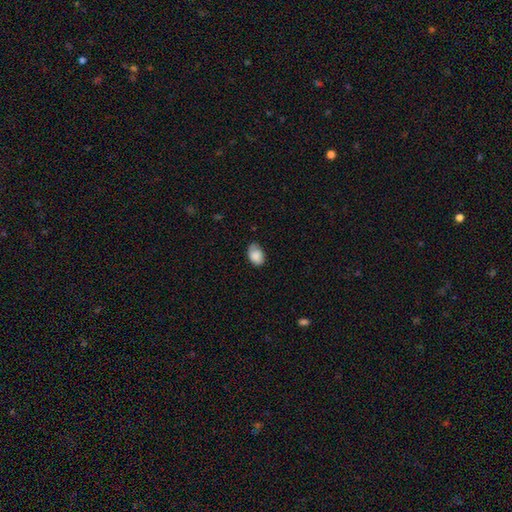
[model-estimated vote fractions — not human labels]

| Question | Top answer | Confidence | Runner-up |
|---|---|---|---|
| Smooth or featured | smooth | 84% | featured or disk (8%) |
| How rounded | in between | 84% | round (14%) |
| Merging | none | 63% | minor disturbance (29%) |